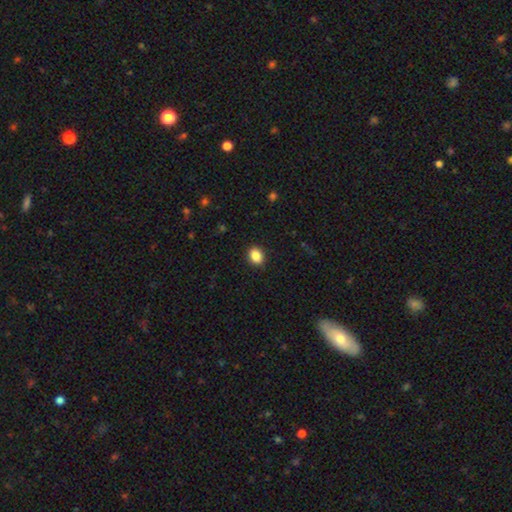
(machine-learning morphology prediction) This appears to be a smooth galaxy with no disk features (87%) that is in between round and cigar-shaped (51%). Merging: none (90%).